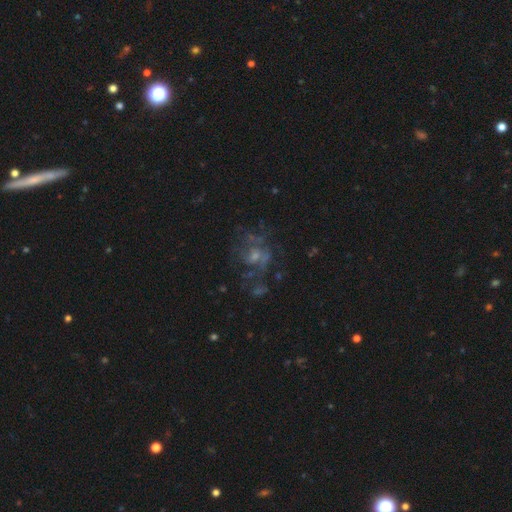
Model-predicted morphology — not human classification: Smooth or featured? Predicted: featured or disk (p=0.62). Edge-on disk? Predicted: no (p=0.97). Bar? Predicted: no (p=0.68). Spiral arms? Predicted: yes (p=0.62). Bulge size? Predicted: small (p=0.44). Merging? Predicted: none (p=0.53).